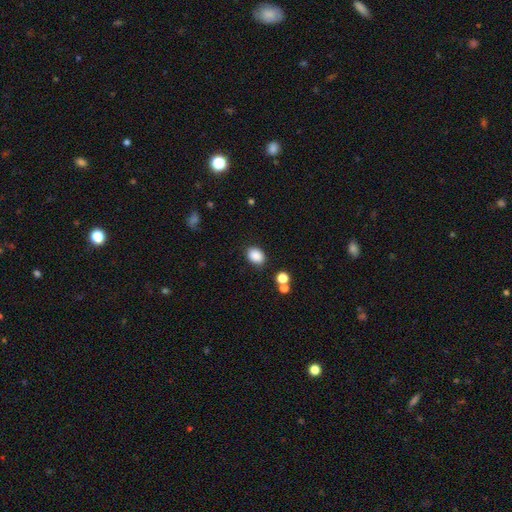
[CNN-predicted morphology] Smooth or featured? Predicted: smooth (p=0.87). How rounded? Predicted: in between (p=0.69). Merging? Predicted: none (p=0.83).